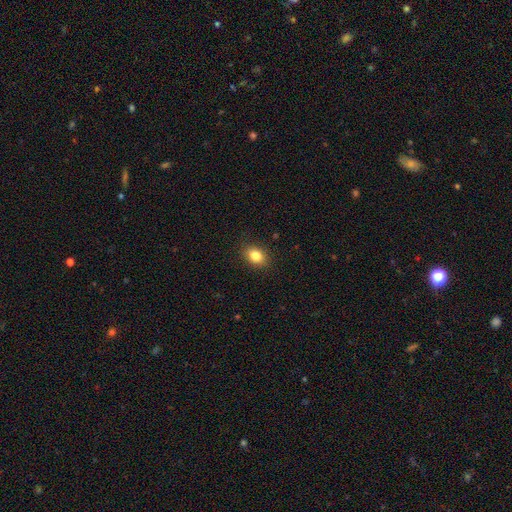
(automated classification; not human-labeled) This is clearly a smooth galaxy (83%). How rounded: likely in between (62%). Merging: clearly none (88%).